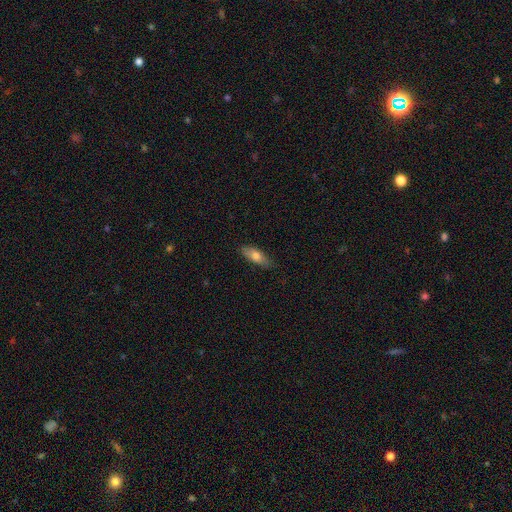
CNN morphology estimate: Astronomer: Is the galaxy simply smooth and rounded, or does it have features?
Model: smooth — 72%.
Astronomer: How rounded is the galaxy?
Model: in between — 69%.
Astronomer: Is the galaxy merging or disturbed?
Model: none — 82%.